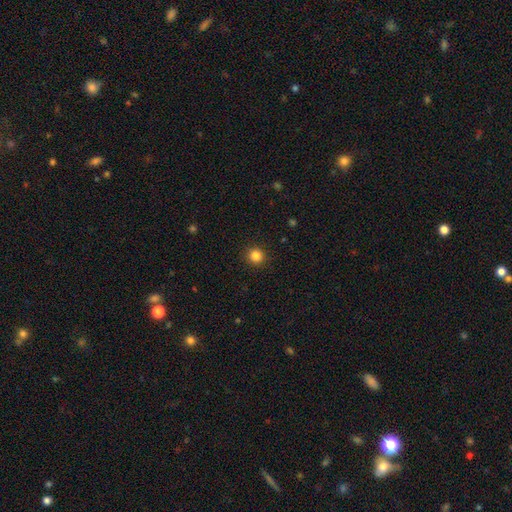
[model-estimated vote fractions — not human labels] Smooth or featured?
  - smooth: 84% *
  - star or artifact: 12%
  - featured or disk: 4%
How rounded?
  - round: 93% *
  - in between: 6%
  - cigar-shaped: 1%
Merging?
  - none: 92% *
  - minor disturbance: 5%
  - major disturbance: 2%
  - merger: 1%